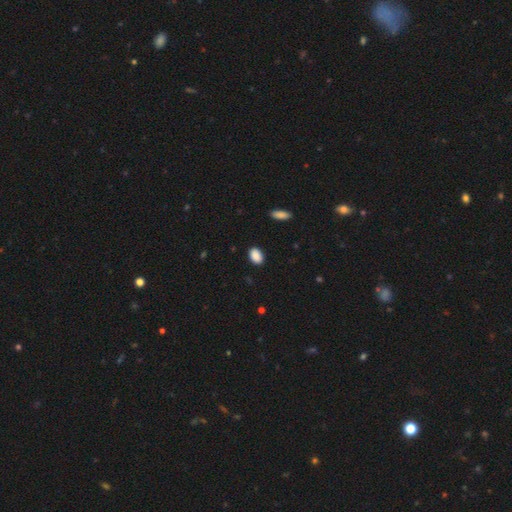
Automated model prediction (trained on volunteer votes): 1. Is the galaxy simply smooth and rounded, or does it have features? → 90% smooth, 8% star or artifact, 3% featured or disk.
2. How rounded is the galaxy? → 83% in between, 16% round, 1% cigar-shaped.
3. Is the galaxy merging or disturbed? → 88% none, 9% minor disturbance, 2% major disturbance, 1% merger.